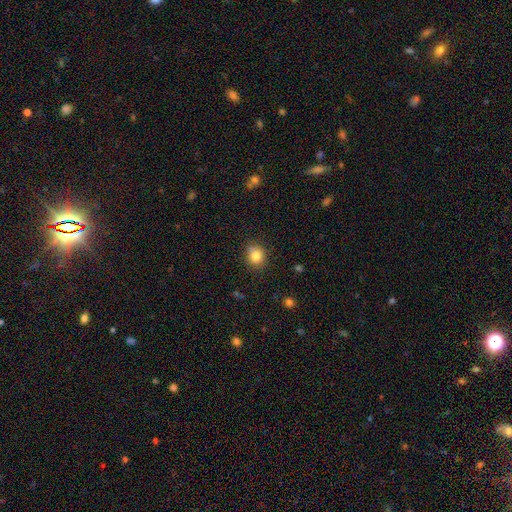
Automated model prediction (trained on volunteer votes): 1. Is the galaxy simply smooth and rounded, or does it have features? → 84% smooth, 11% star or artifact, 6% featured or disk.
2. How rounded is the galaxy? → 80% round, 19% in between, 1% cigar-shaped.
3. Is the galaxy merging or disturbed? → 79% none, 14% minor disturbance, 4% merger, 3% major disturbance.